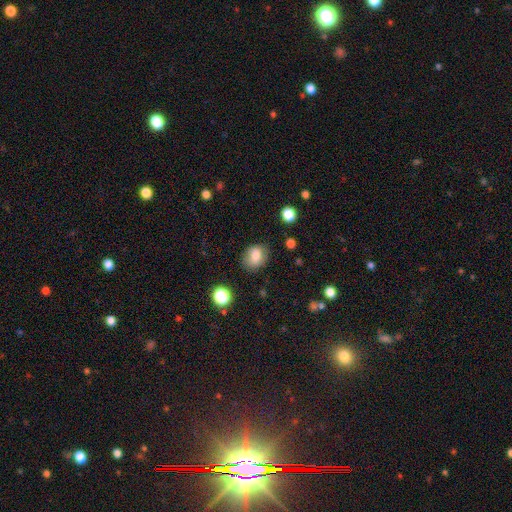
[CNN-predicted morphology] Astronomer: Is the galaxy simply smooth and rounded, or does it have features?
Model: smooth — 79%.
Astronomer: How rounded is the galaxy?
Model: in between — 52% (runner-up: round, 47%).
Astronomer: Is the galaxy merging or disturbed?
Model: none — 78%.